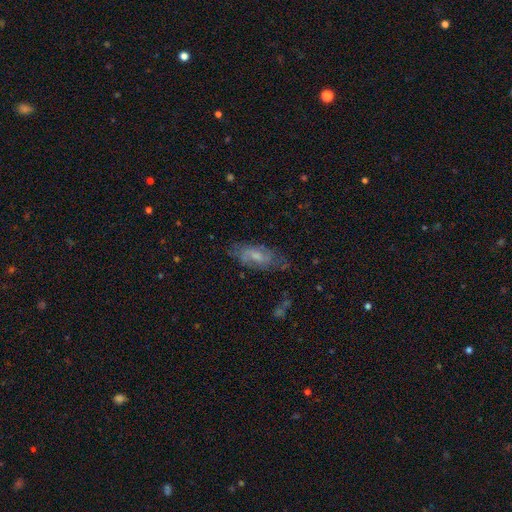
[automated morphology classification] The model was most divided on "smooth or featured": featured or disk: 50%, smooth: 42%, star or artifact: 8%. More confident: merging — none (66%).